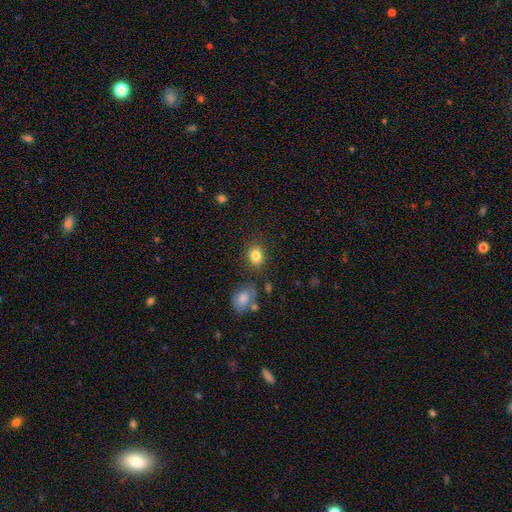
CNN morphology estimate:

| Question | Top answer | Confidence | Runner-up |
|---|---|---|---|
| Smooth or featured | smooth | 84% | star or artifact (10%) |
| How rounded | round | 56% | in between (43%) |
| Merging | none | 79% | minor disturbance (12%) |